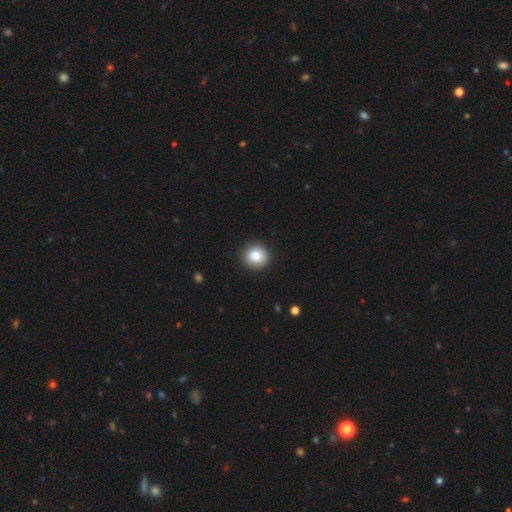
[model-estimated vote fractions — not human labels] Overall: smooth (84%). How rounded: round (93%). Merging: none (92%).